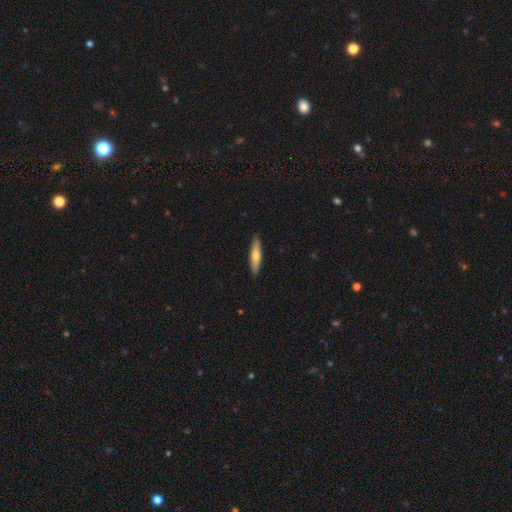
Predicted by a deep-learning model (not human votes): A smooth galaxy with no disk features (65%) that is cigar-shaped (79%).

Vote fractions:
- Smooth or featured? smooth: 65% / featured or disk: 30% / star or artifact: 5%
- How rounded? cigar-shaped: 79% / in between: 19% / round: 2%
- Merging? none: 90% / minor disturbance: 8% / major disturbance: 1% / merger: 1%